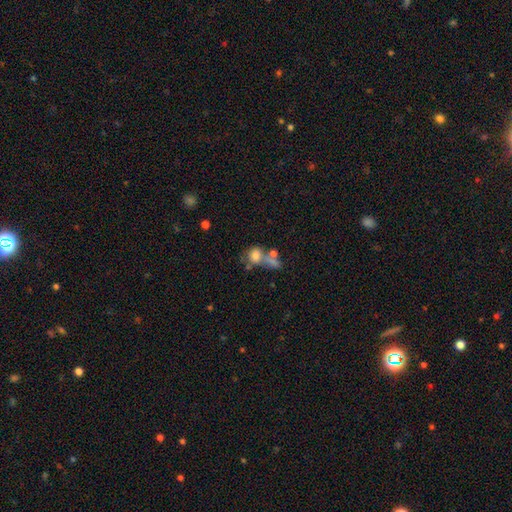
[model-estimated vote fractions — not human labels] The model was most divided on "how rounded": round: 52%, in between: 45%, cigar-shaped: 3%. Remaining: smooth or featured — smooth (69%); merging — merger (47%).